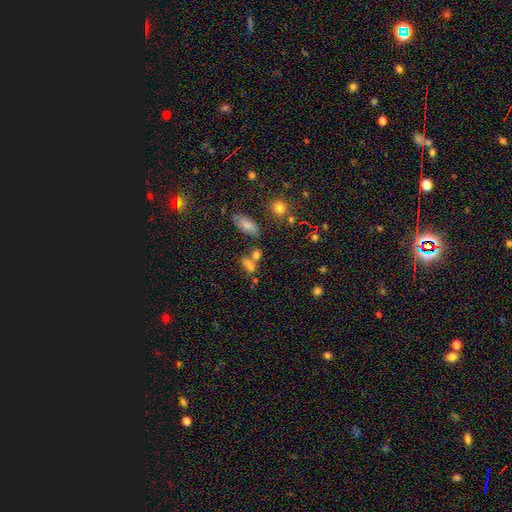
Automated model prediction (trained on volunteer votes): smooth 63%, star or artifact 21%, featured or disk 15%. Down the decision tree: how rounded — in between (61%); merging — none (46%).